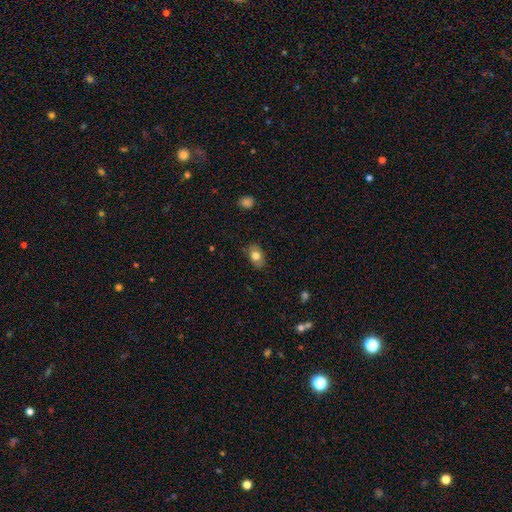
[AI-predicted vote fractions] Smooth or featured: smooth — 78% (featured or disk — 13%)
How rounded: in between — 83% (round — 16%)
Merging: none — 81% (minor disturbance — 15%)